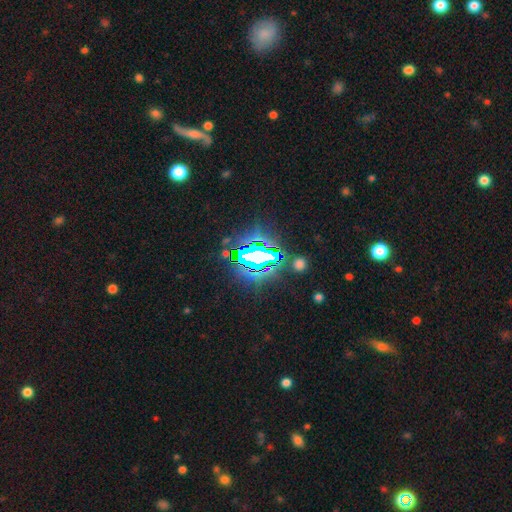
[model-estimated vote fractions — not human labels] star or artifact 79%, smooth 11%, featured or disk 10%.